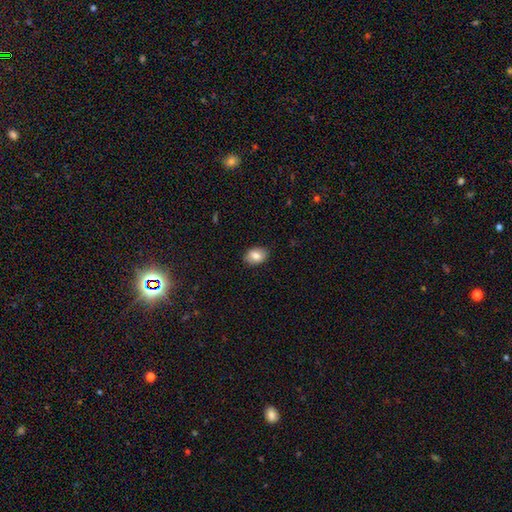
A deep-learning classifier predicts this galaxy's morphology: Smooth or featured?
  - smooth: 81% *
  - featured or disk: 11%
  - star or artifact: 8%
How rounded?
  - in between: 80% *
  - round: 19%
  - cigar-shaped: 1%
Merging?
  - none: 86% *
  - minor disturbance: 11%
  - major disturbance: 2%
  - merger: 1%